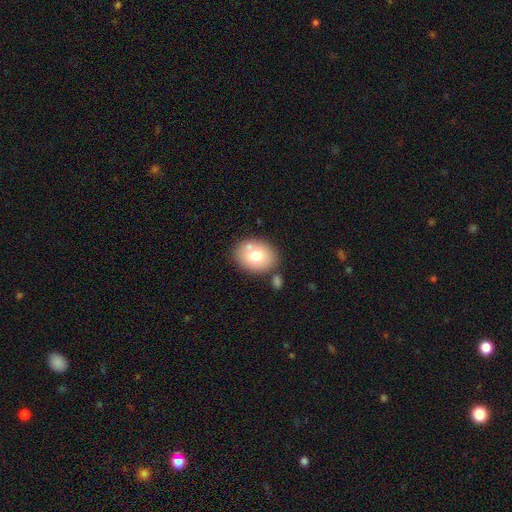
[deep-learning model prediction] The model was most divided on "how rounded": in between: 58%, round: 41%, cigar-shaped: 1%. More confident: merging — none (72%); smooth or featured — smooth (72%).